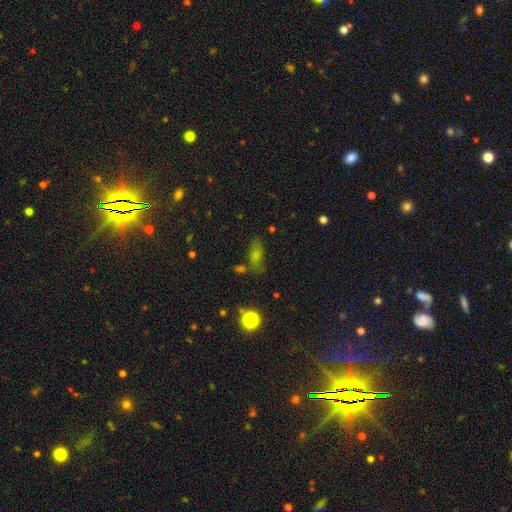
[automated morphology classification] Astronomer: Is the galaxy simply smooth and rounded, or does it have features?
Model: smooth — 67%.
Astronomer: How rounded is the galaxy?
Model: in between — 76%.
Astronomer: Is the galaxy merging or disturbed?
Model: none — 62%.